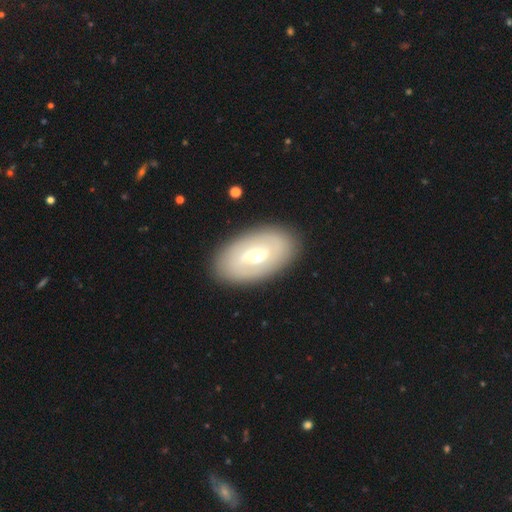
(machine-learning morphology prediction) Overall: featured or disk (67%; smooth 28%). Edge-on disk: no (92%). Bar: weak (49%; no 27%). Spiral arms: yes (55%; no 45%). Bulge size: moderate (58%; small 37%). Merging: none (88%).